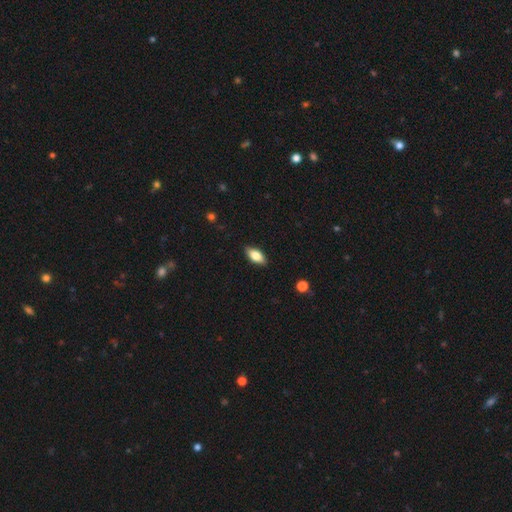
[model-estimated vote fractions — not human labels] Q: Smooth or featured?
A: smooth (78%); runner-up: featured or disk (15%)
Q: How rounded?
A: in between (88%); runner-up: cigar-shaped (9%)
Q: Merging?
A: none (88%); runner-up: minor disturbance (9%)